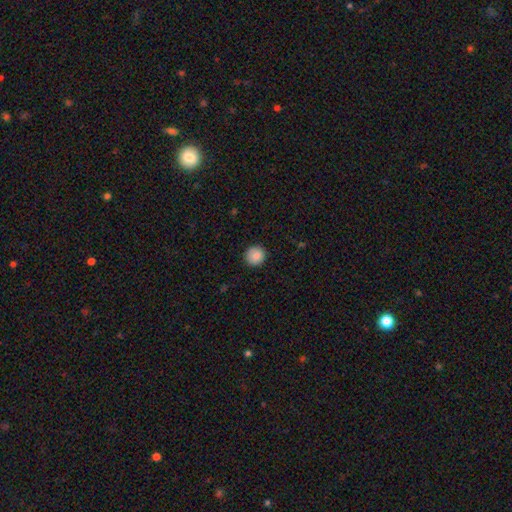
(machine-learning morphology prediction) A smooth galaxy with no disk features (86%) that is round (94%). Merging: none (91%).